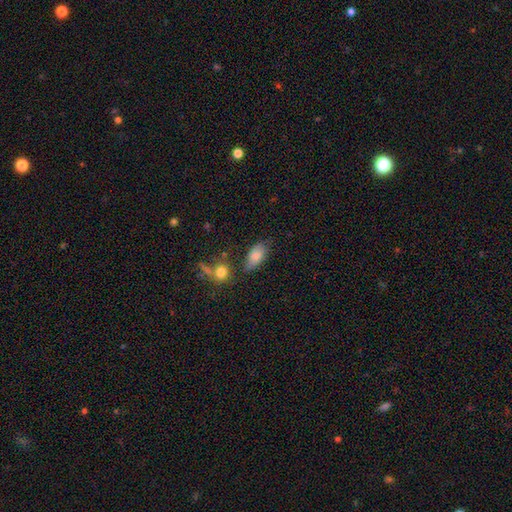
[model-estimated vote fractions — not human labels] A smooth galaxy with no disk features (80%) that is in between round and cigar-shaped (89%).

Vote fractions:
- Smooth or featured? smooth: 80% / featured or disk: 11% / star or artifact: 9%
- How rounded? in between: 89% / round: 6% / cigar-shaped: 5%
- Merging? none: 64% / minor disturbance: 22% / merger: 8% / major disturbance: 6%